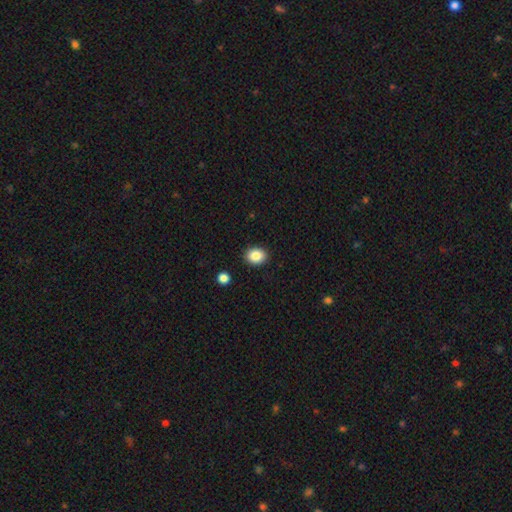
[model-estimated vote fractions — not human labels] Smooth or featured?
  - smooth: 86% *
  - star or artifact: 9%
  - featured or disk: 5%
How rounded?
  - round: 54% *
  - in between: 45%
  - cigar-shaped: 1%
Merging?
  - none: 90% *
  - minor disturbance: 7%
  - major disturbance: 2%
  - merger: 2%